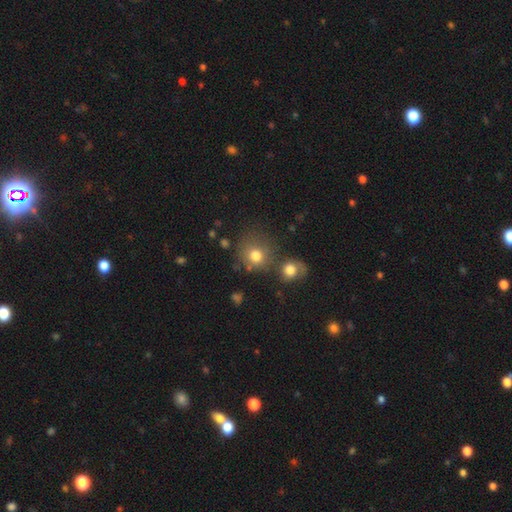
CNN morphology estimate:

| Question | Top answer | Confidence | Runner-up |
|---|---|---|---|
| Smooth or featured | smooth | 77% | star or artifact (12%) |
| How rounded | round | 85% | in between (15%) |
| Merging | none | 55% | merger (25%) |